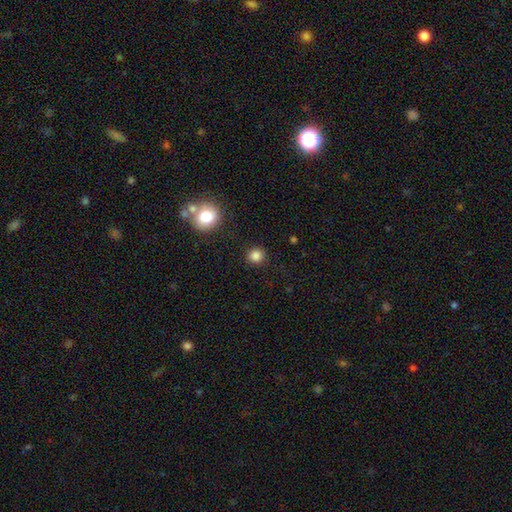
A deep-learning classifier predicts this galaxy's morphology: Q: Smooth or featured?
A: smooth (84%); runner-up: star or artifact (12%)
Q: How rounded?
A: round (92%); runner-up: in between (7%)
Q: Merging?
A: none (90%); runner-up: minor disturbance (6%)